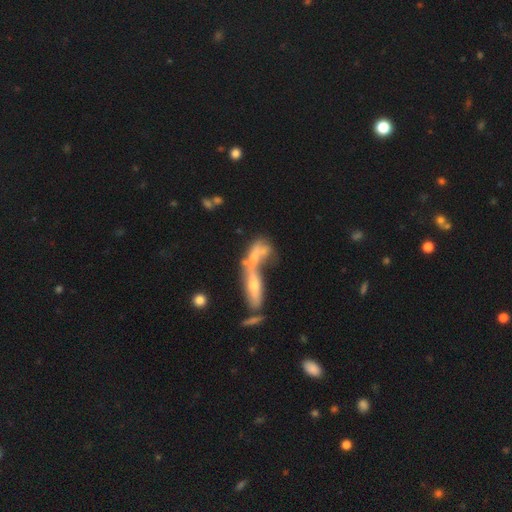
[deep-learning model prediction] Q: Smooth or featured?
A: featured or disk (45%); runner-up: smooth (44%)
Q: Merging?
A: merger (56%); runner-up: none (18%)